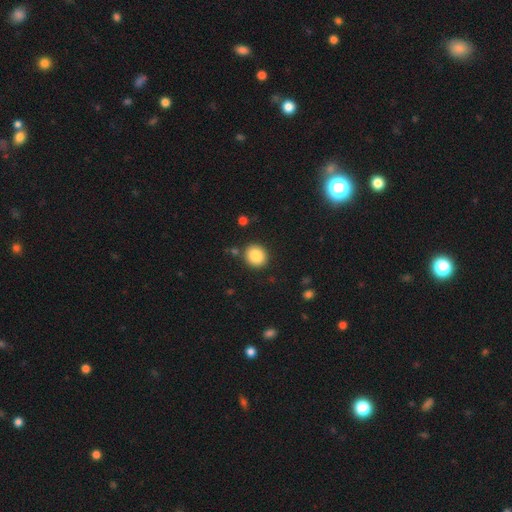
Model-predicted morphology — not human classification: smooth_or_featured: smooth (p=0.86) [alt: star or artifact p=0.09]
how_rounded: round (p=0.75) [alt: in between p=0.24]
merging: none (p=0.87) [alt: minor disturbance p=0.08]